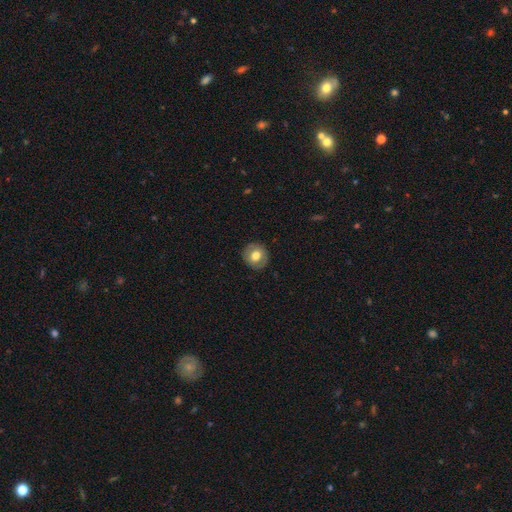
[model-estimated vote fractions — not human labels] Smooth or featured? smooth (66%)
How rounded? round (87%)
Merging? none (88%)